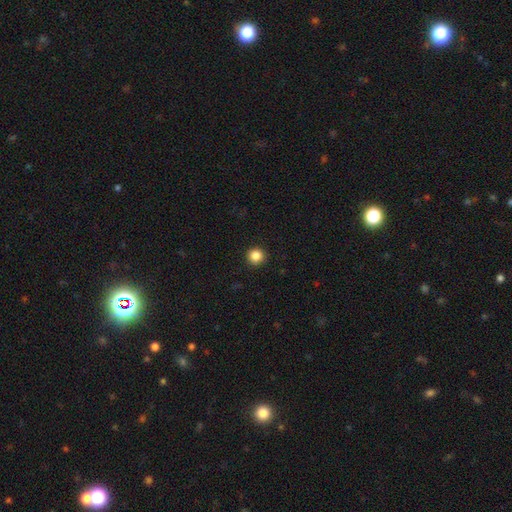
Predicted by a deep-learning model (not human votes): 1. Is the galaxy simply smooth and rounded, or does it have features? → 86% smooth, 11% star or artifact, 4% featured or disk.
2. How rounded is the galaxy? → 95% round, 4% in between, 1% cigar-shaped.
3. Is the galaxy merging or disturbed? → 93% none, 5% minor disturbance, 2% major disturbance, 1% merger.